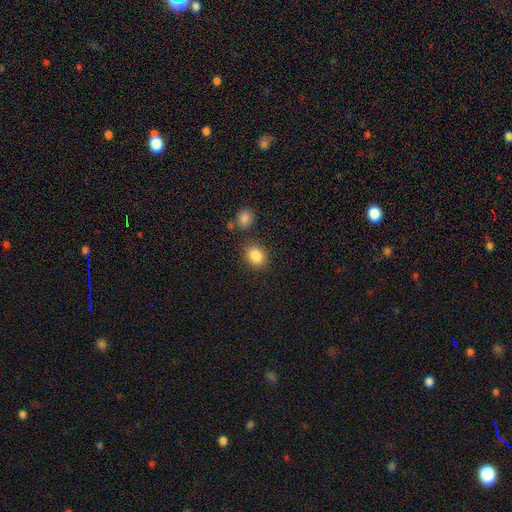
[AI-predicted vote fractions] Overall: smooth (86%). How rounded: round (57%; in between 42%). Merging: none (82%).